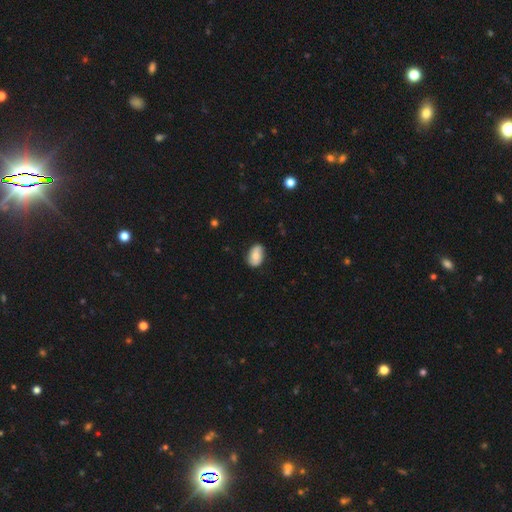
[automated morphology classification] A smooth galaxy with no disk features (66%) that is in between round and cigar-shaped (86%).

Vote fractions:
- Smooth or featured? smooth: 66% / featured or disk: 27% / star or artifact: 7%
- How rounded? in between: 86% / round: 12% / cigar-shaped: 2%
- Merging? none: 75% / minor disturbance: 20% / major disturbance: 4% / merger: 1%